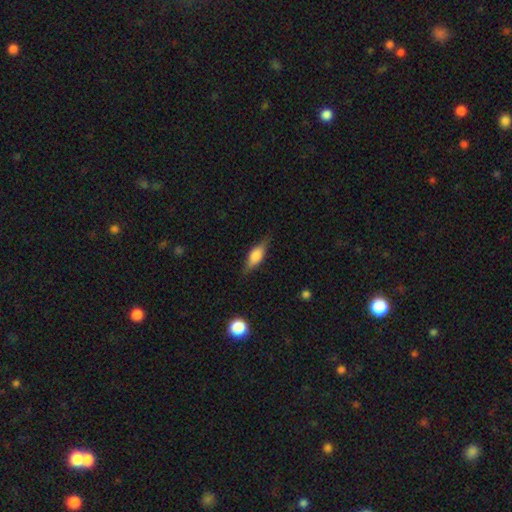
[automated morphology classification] Overall: smooth (61%; featured or disk 31%). How rounded: in between (65%; cigar-shaped 31%). Merging: none (79%).